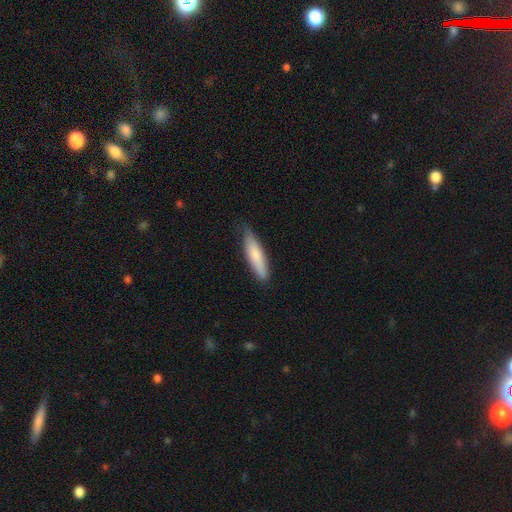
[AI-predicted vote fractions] This is likely a smooth galaxy (78%). How rounded: likely cigar-shaped (75%). Merging: likely none (77%).